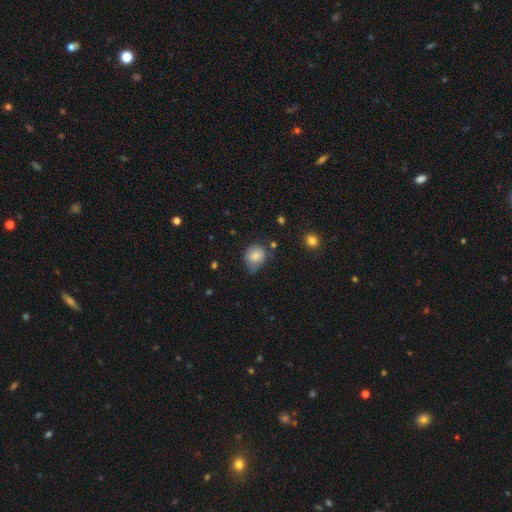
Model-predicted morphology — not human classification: This appears to be a smooth galaxy with no disk features (80%) that is round (64%). Merging: none (52%).